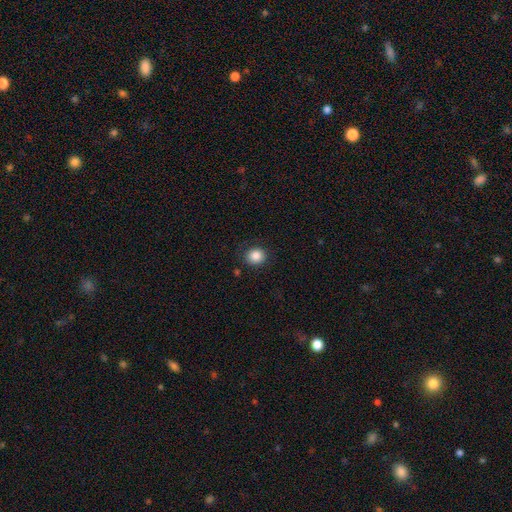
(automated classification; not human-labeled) Smooth or featured? smooth (86%)
How rounded? round (81%)
Merging? none (86%)